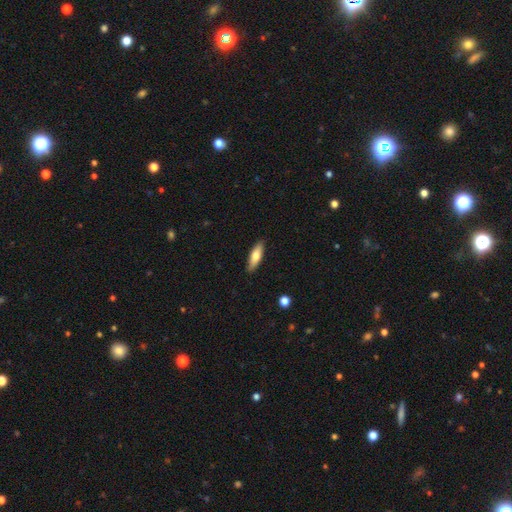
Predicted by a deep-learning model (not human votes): A smooth galaxy with no disk features (67%) that is cigar-shaped (55%). Merging: none (88%).